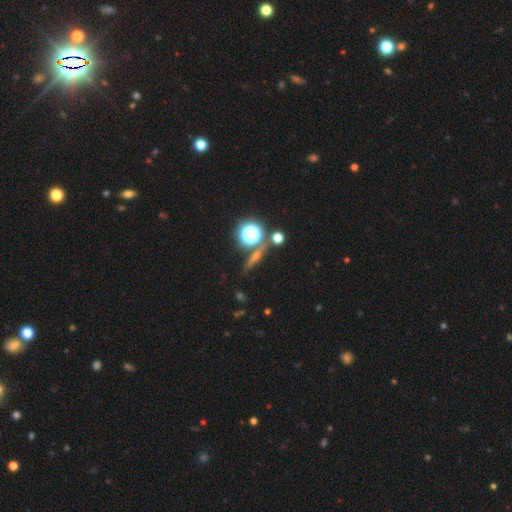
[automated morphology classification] Smooth or featured?
  - star or artifact: 35% * (tied)
  - smooth: 35% * (tied)
  - featured or disk: 30%